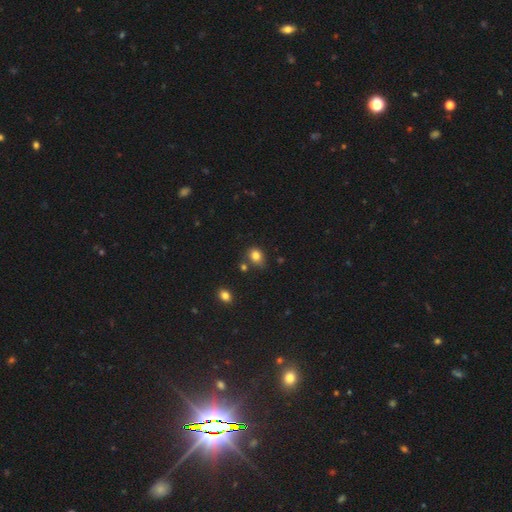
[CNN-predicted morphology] A smooth galaxy with no disk features (82%) that is round (54%). Merging: none (66%).